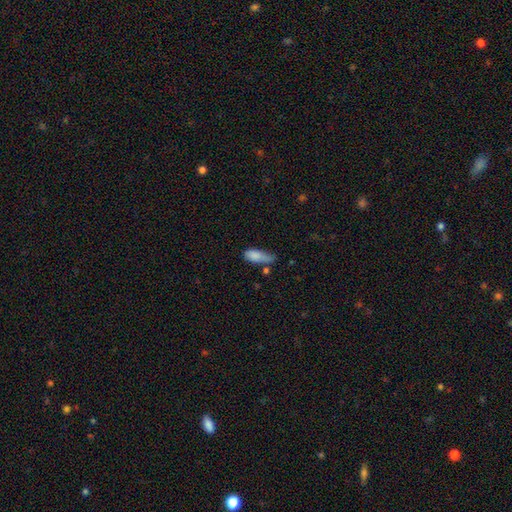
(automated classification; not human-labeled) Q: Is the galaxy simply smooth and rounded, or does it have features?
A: smooth — 80%.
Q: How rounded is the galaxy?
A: in between — 71%.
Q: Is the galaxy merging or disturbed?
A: minor disturbance — 37%.